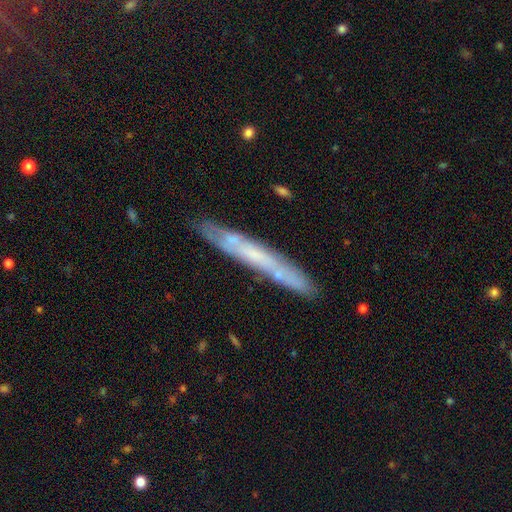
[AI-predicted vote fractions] A featured or disk galaxy (58%) viewed edge-on (78%). Merging: none (81%).